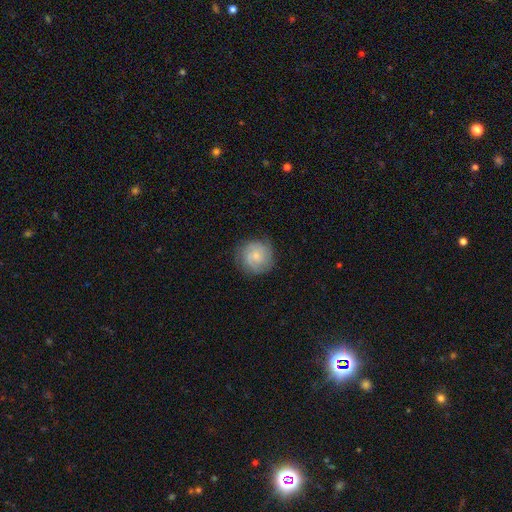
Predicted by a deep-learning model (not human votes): smooth 50%, featured or disk 42%, star or artifact 8%. Down the decision tree: how rounded — round (92%); merging — none (80%).